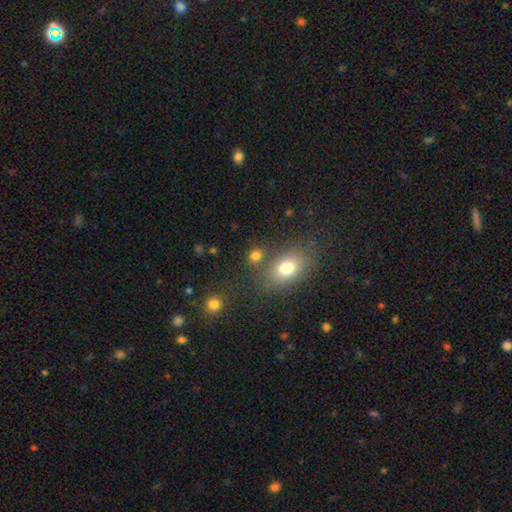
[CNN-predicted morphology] smooth 77%, star or artifact 15%, featured or disk 8%. Down the decision tree: how rounded — round (63%); merging — none (71%).